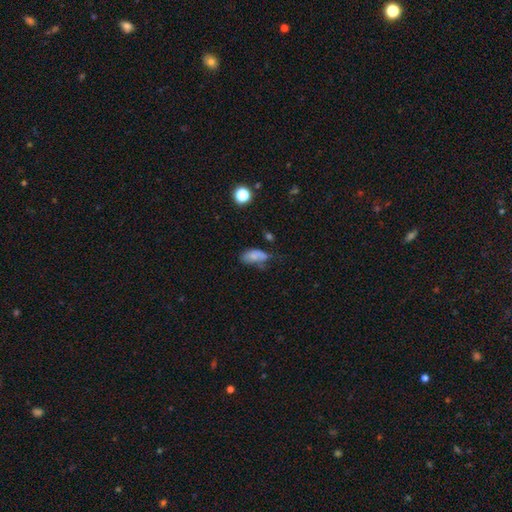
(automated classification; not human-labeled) A smooth galaxy with no disk features (75%) that is in between round and cigar-shaped (91%). Merging: none (40%).